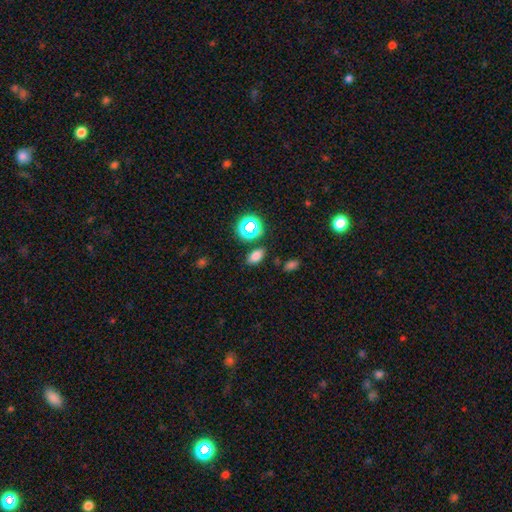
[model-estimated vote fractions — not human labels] The model was most divided on "smooth or featured": smooth: 74%, star or artifact: 20%, featured or disk: 6%. More confident: how rounded — in between (87%); merging — none (82%).